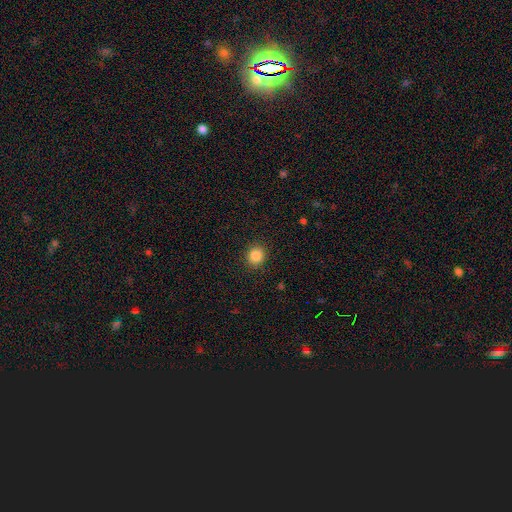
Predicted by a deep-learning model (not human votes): Smooth or featured: smooth — 86% (star or artifact — 10%)
How rounded: round — 83% (in between — 16%)
Merging: none — 90% (minor disturbance — 6%)